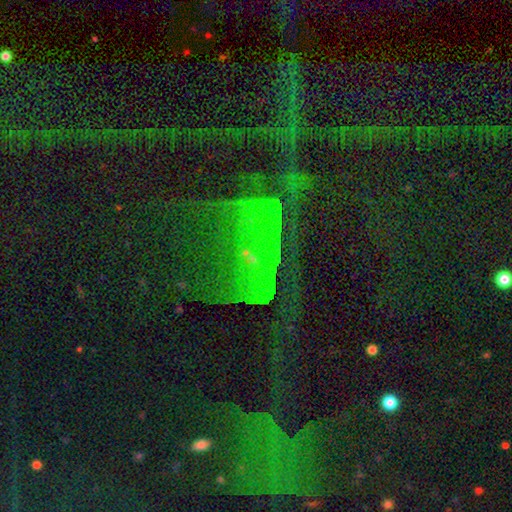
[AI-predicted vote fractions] Smooth or featured? star or artifact (77%)